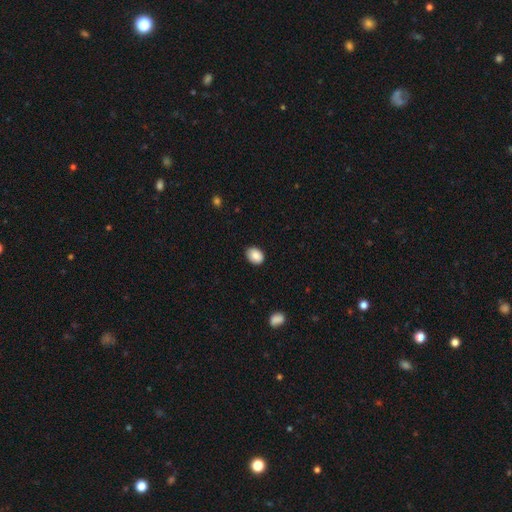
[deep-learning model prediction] Q: Smooth or featured?
A: smooth (87%); runner-up: star or artifact (8%)
Q: How rounded?
A: in between (67%); runner-up: round (32%)
Q: Merging?
A: none (85%); runner-up: minor disturbance (12%)